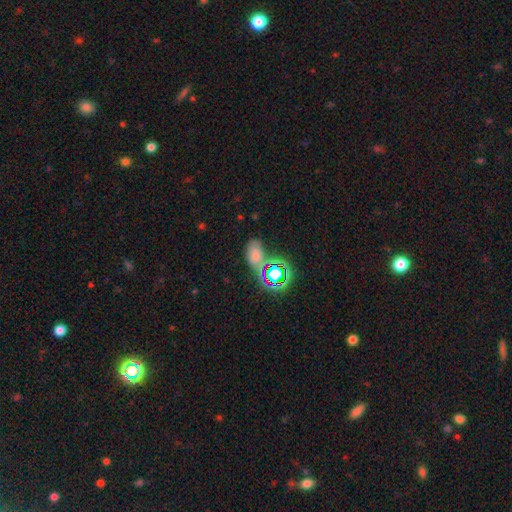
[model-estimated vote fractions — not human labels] This appears to be a smooth galaxy with no disk features (52%) that is in between round and cigar-shaped (84%). Merging: none (48%).